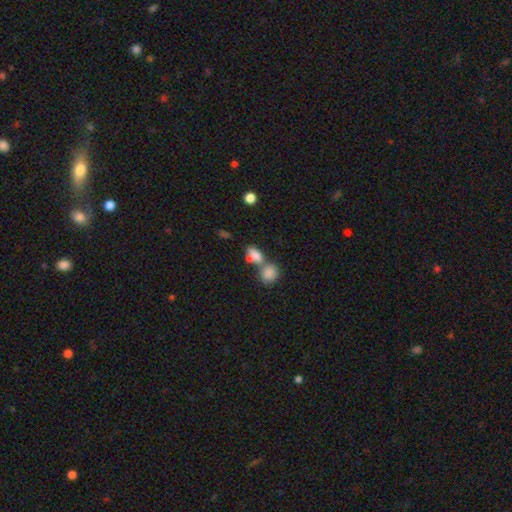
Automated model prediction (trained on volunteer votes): Smooth or featured: smooth — 79% (featured or disk — 12%)
How rounded: in between — 77% (round — 18%)
Merging: merger — 57% (none — 28%)